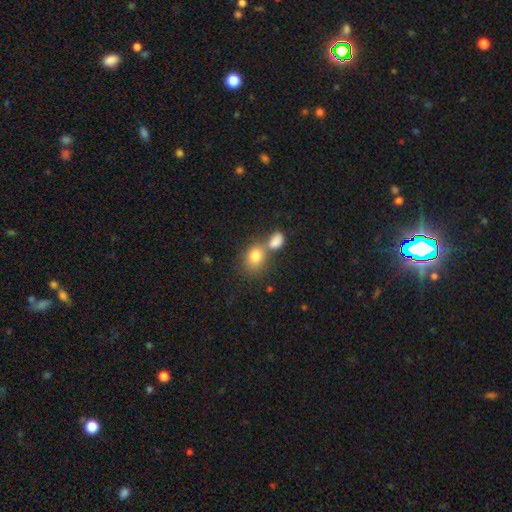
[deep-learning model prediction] Smooth or featured: smooth — 79% (featured or disk — 10%)
How rounded: round — 53% (in between — 45%)
Merging: merger — 46% (none — 39%)